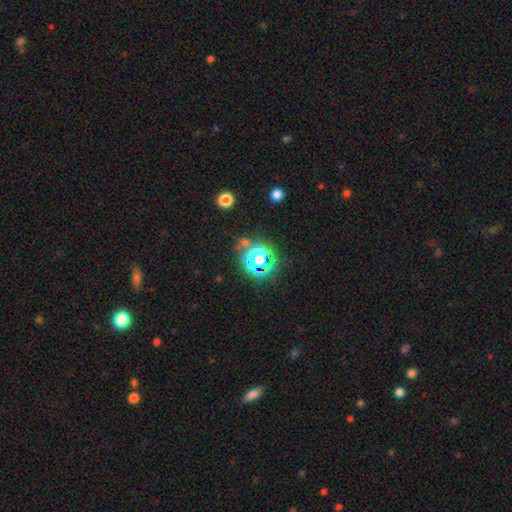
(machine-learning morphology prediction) This is likely a star or artifact rather than a galaxy (70%).